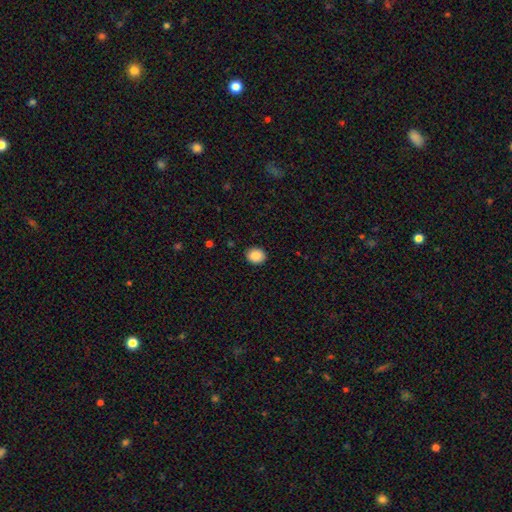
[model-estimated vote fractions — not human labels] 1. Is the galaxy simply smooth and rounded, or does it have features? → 88% smooth, 8% star or artifact, 4% featured or disk.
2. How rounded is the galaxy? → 64% round, 35% in between, 1% cigar-shaped.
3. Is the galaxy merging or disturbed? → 90% none, 7% minor disturbance, 2% major disturbance, 1% merger.